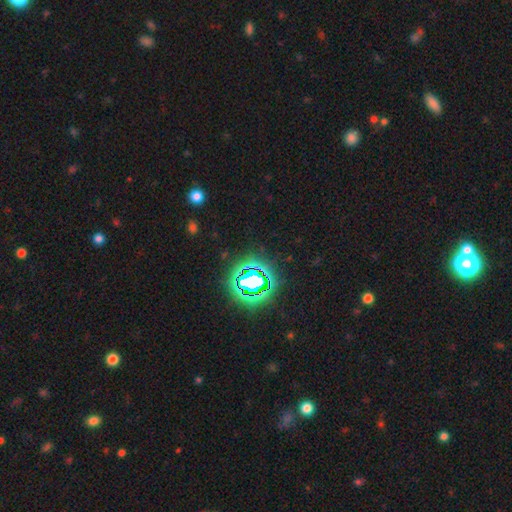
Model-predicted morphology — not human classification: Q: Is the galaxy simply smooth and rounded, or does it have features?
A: star or artifact — 78%.